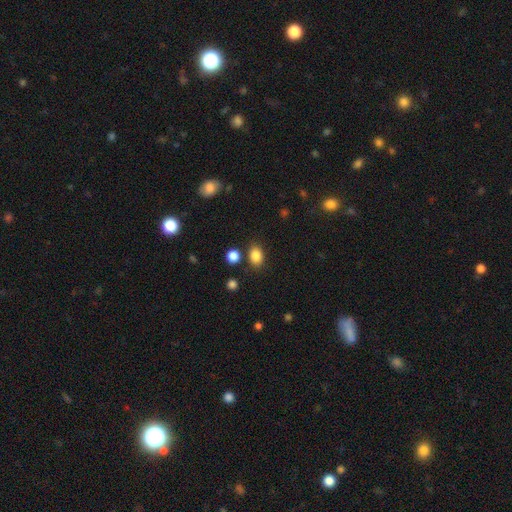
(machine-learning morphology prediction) This is clearly a smooth galaxy (85%). How rounded: likely in between (68%). Merging: likely none (79%).